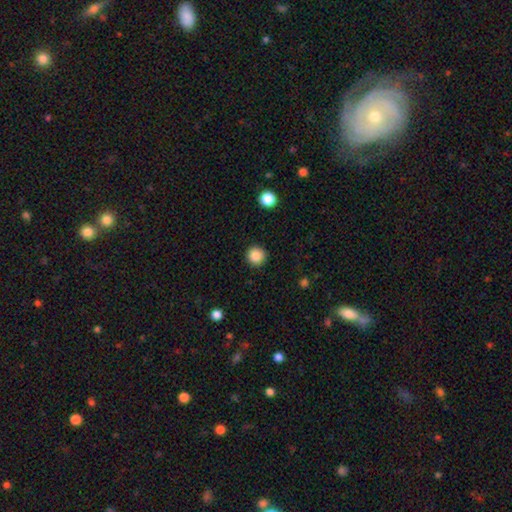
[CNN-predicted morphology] Smooth or featured: smooth — 87% (star or artifact — 10%)
How rounded: round — 95% (in between — 4%)
Merging: none — 92% (minor disturbance — 5%)